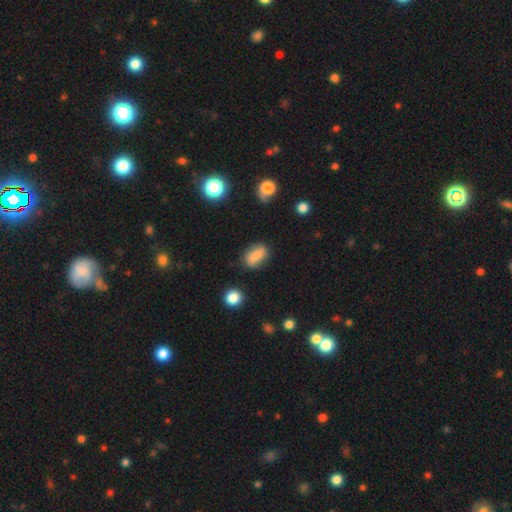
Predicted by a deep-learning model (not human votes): Smooth or featured: smooth — 77% (featured or disk — 14%)
How rounded: in between — 81% (round — 10%)
Merging: none — 75% (minor disturbance — 17%)